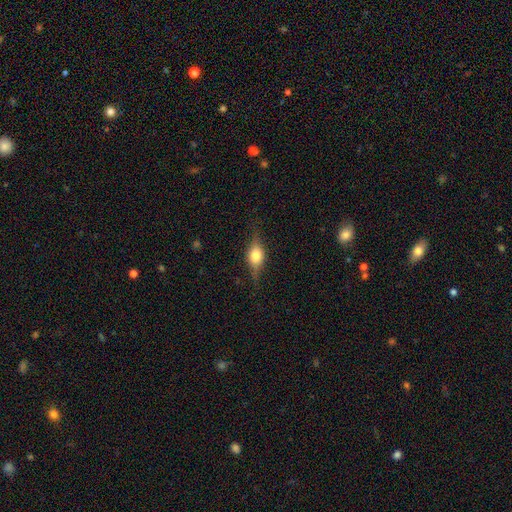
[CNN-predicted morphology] Smooth or featured? Predicted: featured or disk (p=0.51). Edge-on disk? Predicted: yes (p=0.92). Merging? Predicted: none (p=0.76).